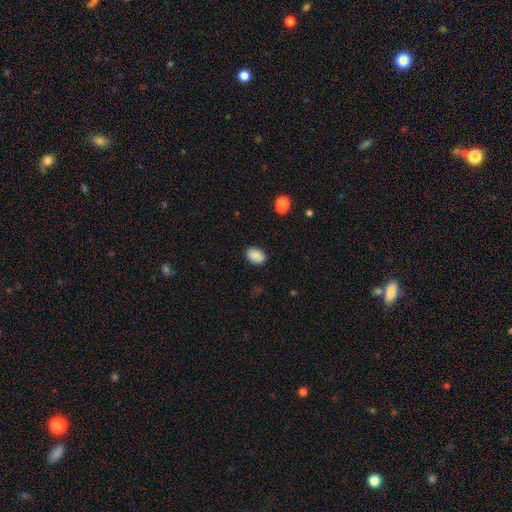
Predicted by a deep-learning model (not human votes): Q: Smooth or featured?
A: smooth (88%); runner-up: star or artifact (8%)
Q: How rounded?
A: in between (86%); runner-up: round (13%)
Q: Merging?
A: none (86%); runner-up: minor disturbance (10%)